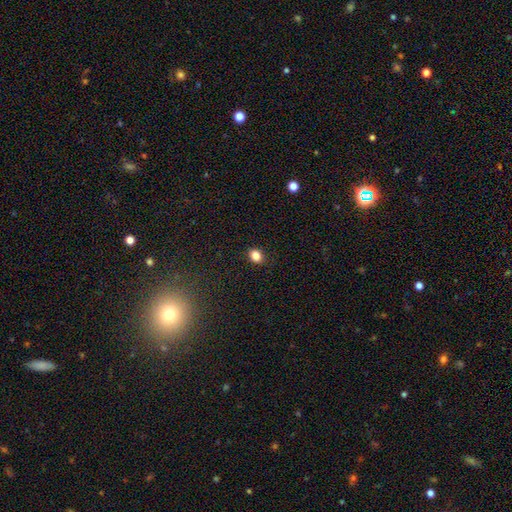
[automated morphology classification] The model was most divided on "how rounded": in between: 59%, round: 40%, cigar-shaped: 1%. More confident: merging — none (88%); smooth or featured — smooth (84%).